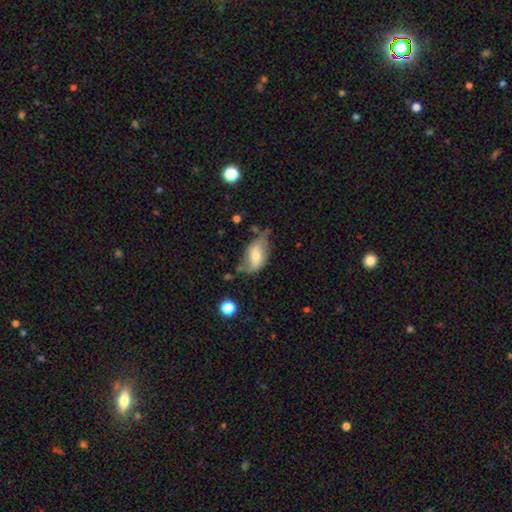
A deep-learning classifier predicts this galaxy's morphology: type=smooth (57%); roundness=in between (90%); merging=none (44%).